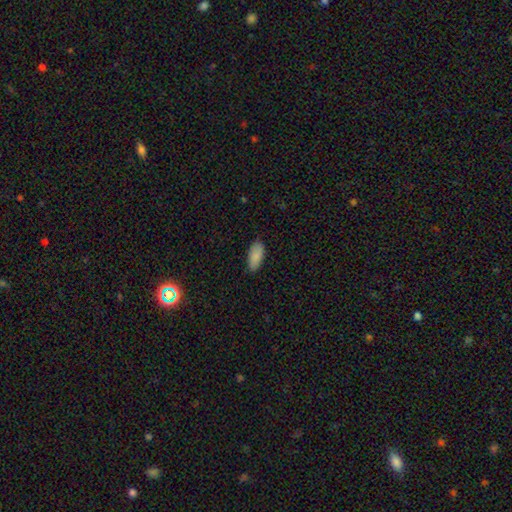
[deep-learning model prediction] This appears to be a smooth galaxy with no disk features (88%) that is in between round and cigar-shaped (91%). Merging: none (83%).